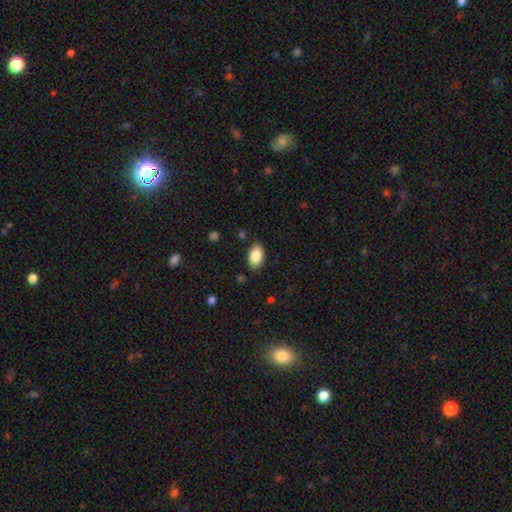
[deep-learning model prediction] A smooth galaxy with no disk features (87%) that is in between round and cigar-shaped (94%).

Vote fractions:
- Smooth or featured? smooth: 87% / star or artifact: 7% / featured or disk: 6%
- How rounded? in between: 94% / round: 5% / cigar-shaped: 1%
- Merging? none: 85% / minor disturbance: 11% / major disturbance: 3% / merger: 1%